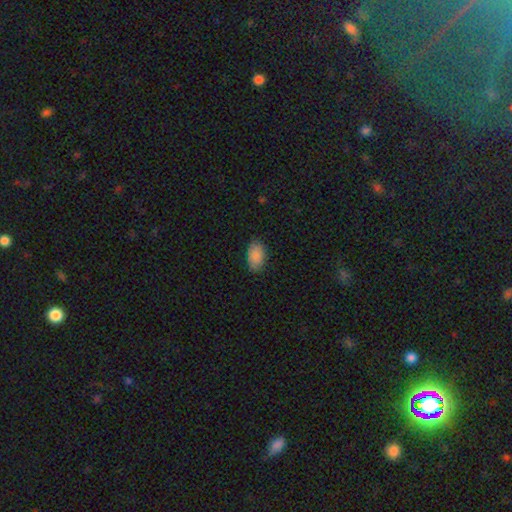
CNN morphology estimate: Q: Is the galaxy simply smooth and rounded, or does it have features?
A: smooth — 88%.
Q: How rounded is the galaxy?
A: in between — 93%.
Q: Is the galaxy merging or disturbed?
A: none — 82%.